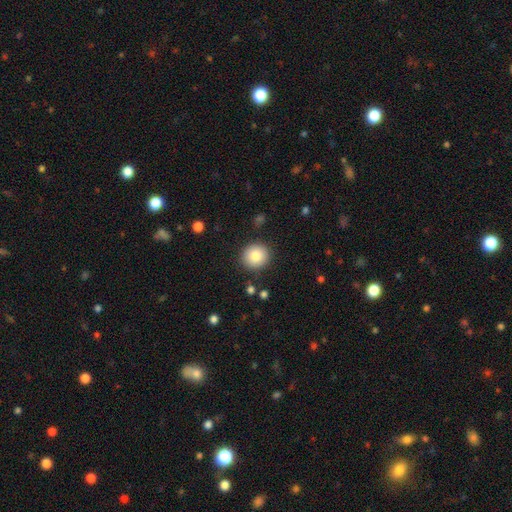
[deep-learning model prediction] This appears to be a smooth galaxy with no disk features (83%) that is round (91%). Merging: none (90%).